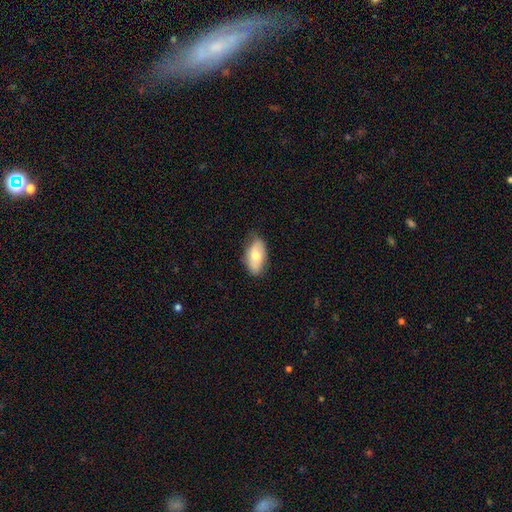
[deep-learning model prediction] A smooth galaxy with no disk features (69%) that is in between round and cigar-shaped (93%).

Vote fractions:
- Smooth or featured? smooth: 69% / featured or disk: 25% / star or artifact: 6%
- How rounded? in between: 93% / cigar-shaped: 4% / round: 4%
- Merging? none: 74% / minor disturbance: 21% / major disturbance: 4% / merger: 1%